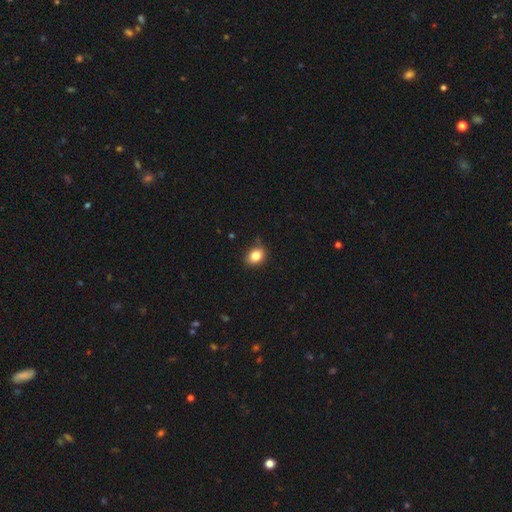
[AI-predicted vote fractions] smooth_or_featured: smooth (p=0.83) [alt: star or artifact p=0.10]
how_rounded: in between (p=0.60) [alt: round p=0.39]
merging: none (p=0.79) [alt: minor disturbance p=0.16]